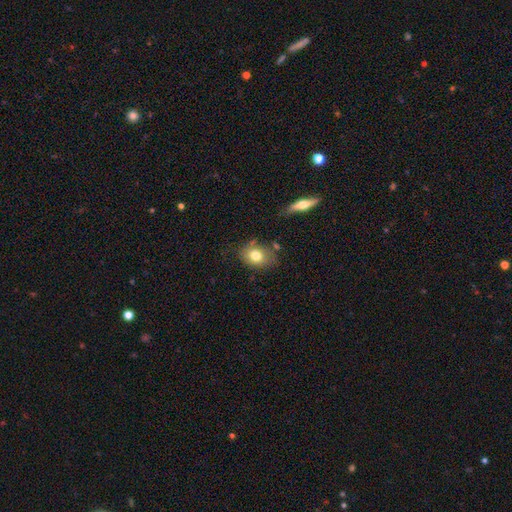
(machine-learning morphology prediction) A smooth galaxy with no disk features (76%) that is in between round and cigar-shaped (66%). Merging: none (68%).